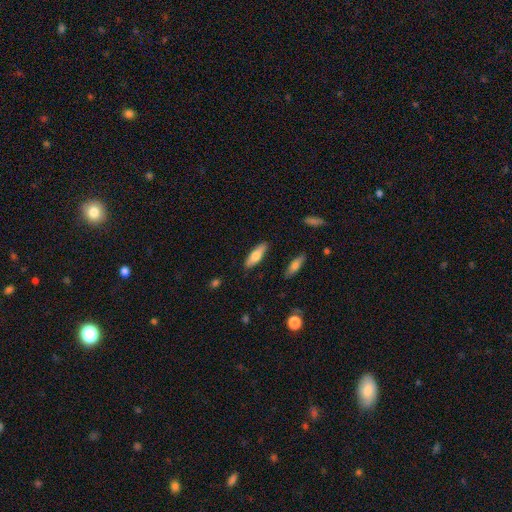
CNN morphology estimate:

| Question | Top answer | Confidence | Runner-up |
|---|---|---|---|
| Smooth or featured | smooth | 70% | featured or disk (24%) |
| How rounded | in between | 54% | cigar-shaped (44%) |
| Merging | none | 86% | minor disturbance (10%) |